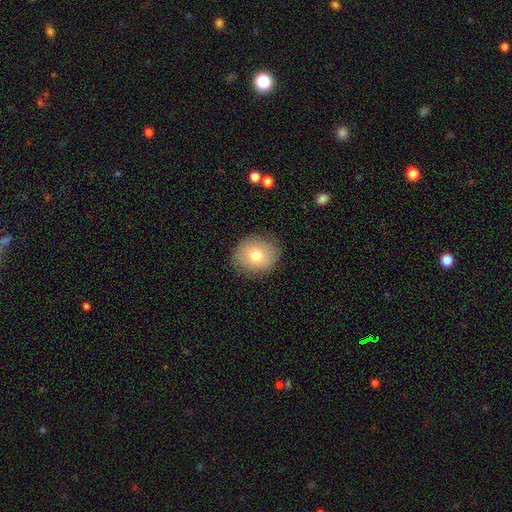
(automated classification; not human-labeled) smooth-or-featured: smooth: 74% | featured or disk: 16% | star or artifact: 9%
  how-rounded: round: 72% | in between: 27% | cigar-shaped: 1%
  merging: none: 85% | minor disturbance: 11% | major disturbance: 3% | merger: 1%